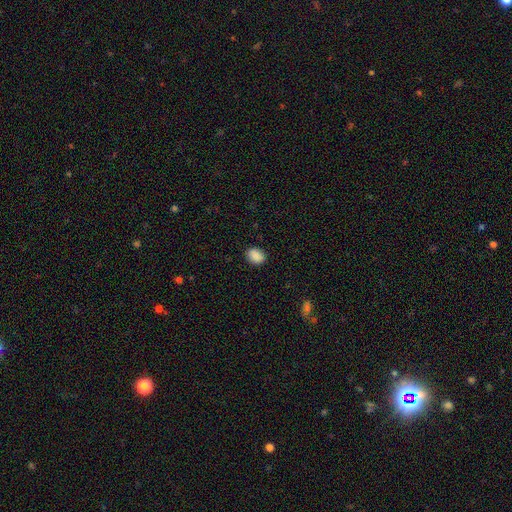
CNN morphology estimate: The model was most divided on "how rounded": in between: 64%, round: 34%, cigar-shaped: 1%. More confident: smooth or featured — smooth (89%); merging — none (87%).